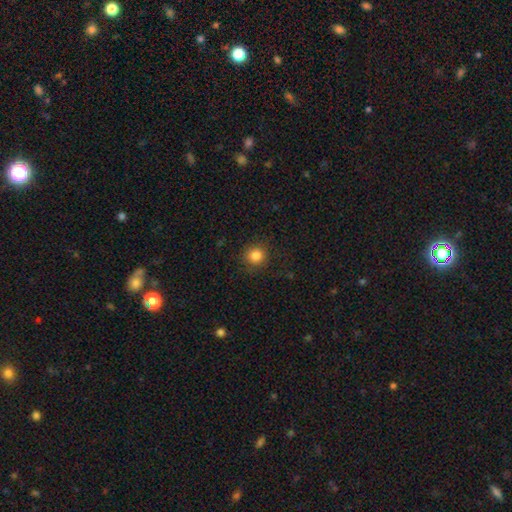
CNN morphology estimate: A smooth galaxy with no disk features (84%) that is round (90%).

Vote fractions:
- Smooth or featured? smooth: 84% / star or artifact: 11% / featured or disk: 5%
- How rounded? round: 90% / in between: 9% / cigar-shaped: 1%
- Merging? none: 87% / minor disturbance: 9% / major disturbance: 3% / merger: 1%